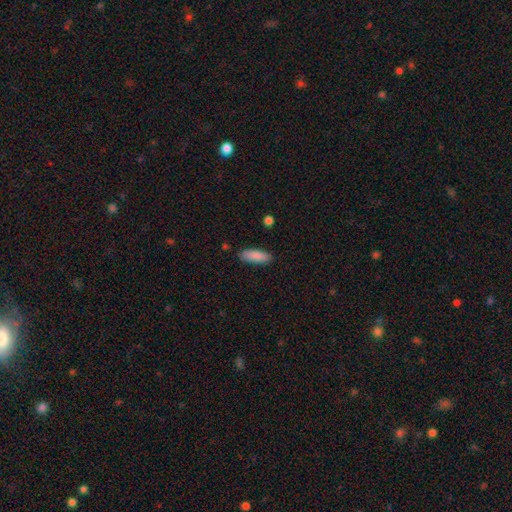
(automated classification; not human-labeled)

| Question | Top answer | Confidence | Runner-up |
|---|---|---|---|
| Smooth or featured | smooth | 87% | star or artifact (6%) |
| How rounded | in between | 57% | cigar-shaped (41%) |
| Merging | none | 87% | minor disturbance (10%) |